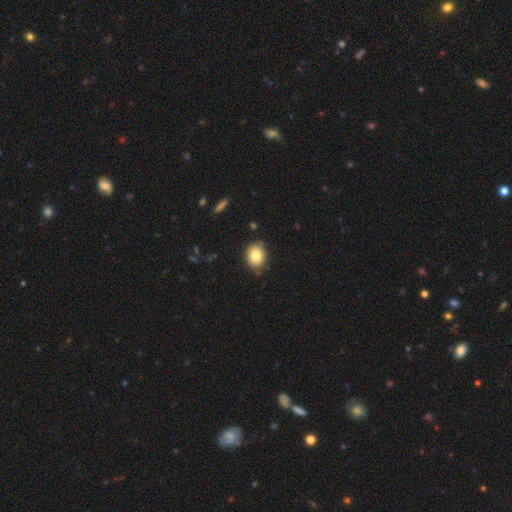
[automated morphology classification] Smooth or featured? Predicted: smooth (p=0.82). How rounded? Predicted: round (p=0.58). Merging? Predicted: none (p=0.83).